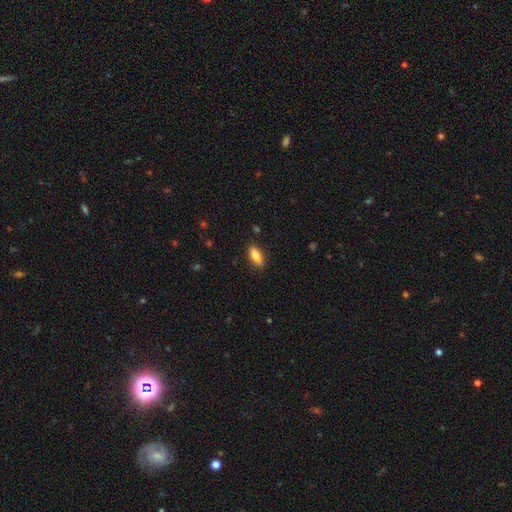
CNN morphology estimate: Q: Smooth or featured?
A: smooth (85%); runner-up: featured or disk (8%)
Q: How rounded?
A: in between (79%); runner-up: cigar-shaped (19%)
Q: Merging?
A: none (86%); runner-up: minor disturbance (10%)